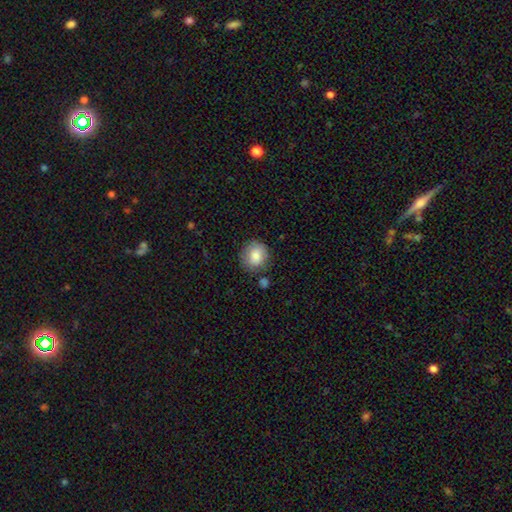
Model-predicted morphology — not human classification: Smooth or featured?
  - smooth: 81% *
  - featured or disk: 11%
  - star or artifact: 8%
How rounded?
  - round: 82% *
  - in between: 17%
  - cigar-shaped: 1%
Merging?
  - none: 78% *
  - minor disturbance: 14%
  - merger: 4%
  - major disturbance: 4%